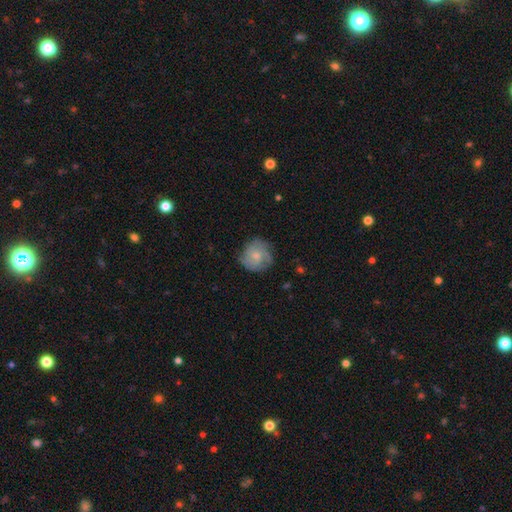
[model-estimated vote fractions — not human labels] Q: Smooth or featured?
A: smooth (47%); runner-up: featured or disk (46%)
Q: Merging?
A: none (72%); runner-up: minor disturbance (20%)